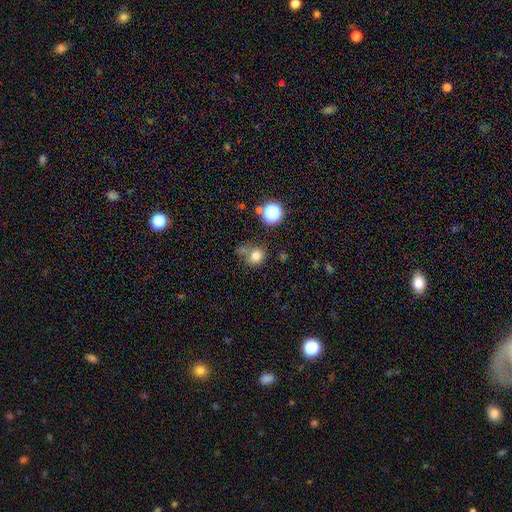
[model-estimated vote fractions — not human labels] The model was most divided on "merging": none: 60%, minor disturbance: 18%, merger: 14%, major disturbance: 8%. More confident: how rounded — round (78%); smooth or featured — smooth (76%).